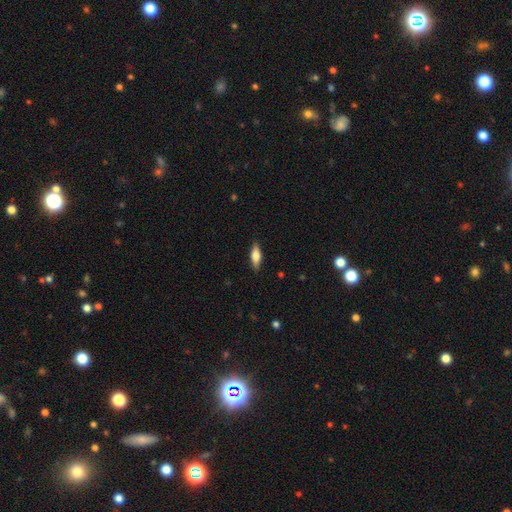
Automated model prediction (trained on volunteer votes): Smooth or featured? smooth (65%)
How rounded? in between (59%)
Merging? none (87%)